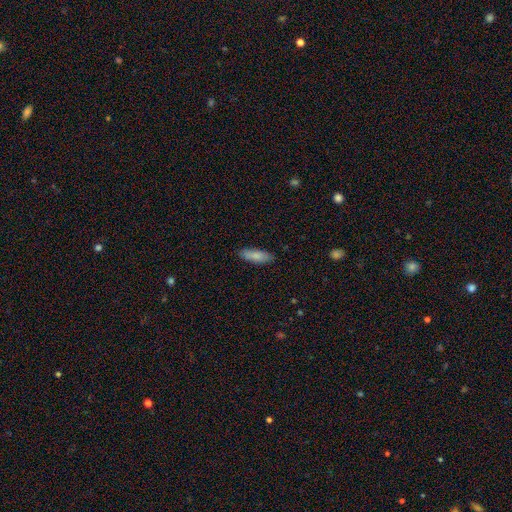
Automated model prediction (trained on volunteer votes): smooth 82%, featured or disk 12%, star or artifact 6%. Down the decision tree: how rounded — in between (55%); merging — none (85%).